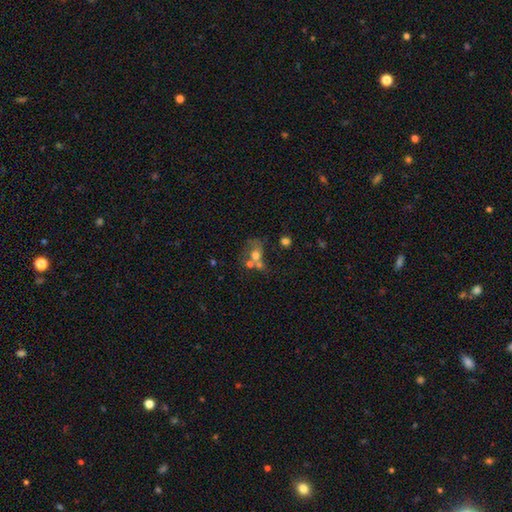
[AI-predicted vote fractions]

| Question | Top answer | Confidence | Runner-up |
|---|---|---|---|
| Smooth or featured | smooth | 56% | featured or disk (29%) |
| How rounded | round | 56% | in between (42%) |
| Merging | merger | 52% | none (26%) |